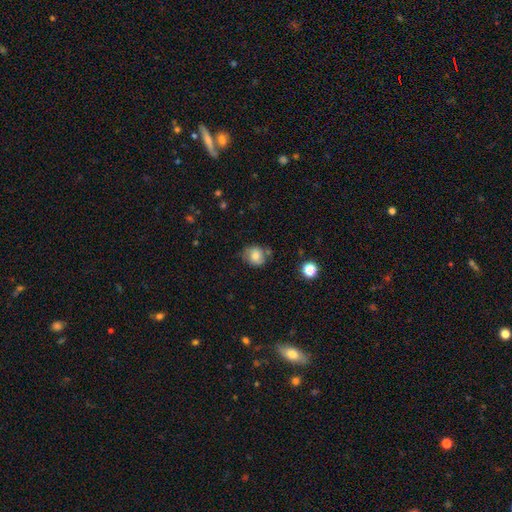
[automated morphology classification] smooth-or-featured: smooth: 72% | featured or disk: 18% | star or artifact: 10%
  how-rounded: round: 75% | in between: 24% | cigar-shaped: 1%
  merging: none: 63% | minor disturbance: 24% | major disturbance: 7% | merger: 5%